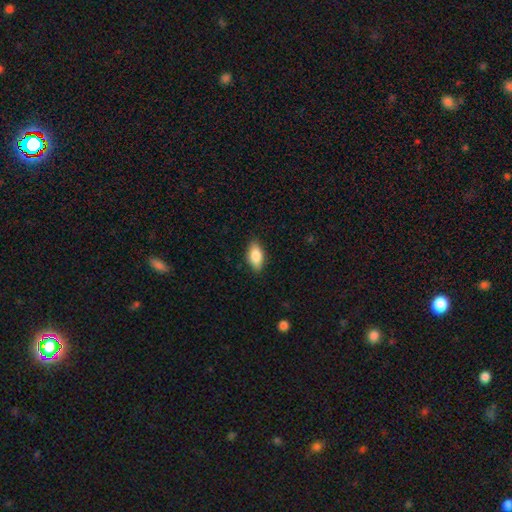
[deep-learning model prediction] Morphology: type=smooth (85%); roundness=in between (89%); merging=none (87%).